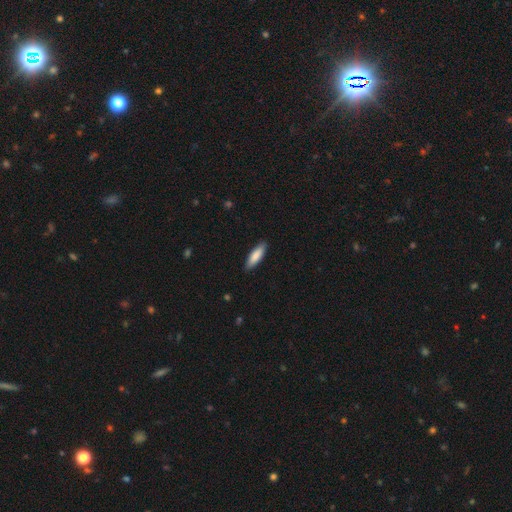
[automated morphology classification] Smooth or featured? Predicted: smooth (p=0.86). How rounded? Predicted: in between (p=0.50). Merging? Predicted: none (p=0.88).